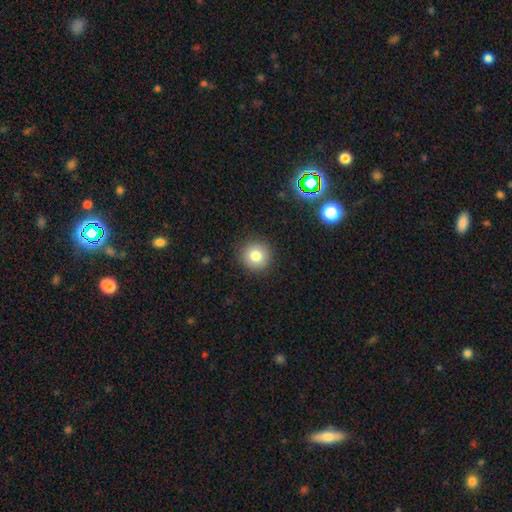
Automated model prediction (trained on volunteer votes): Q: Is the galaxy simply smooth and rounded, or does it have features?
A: smooth — 79%.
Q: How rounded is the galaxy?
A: round — 94%.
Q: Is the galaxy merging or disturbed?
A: none — 91%.